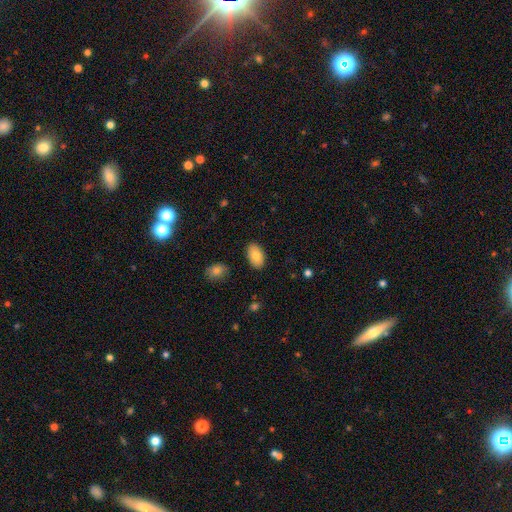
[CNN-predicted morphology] Smooth or featured? smooth (81%)
How rounded? in between (93%)
Merging? none (87%)